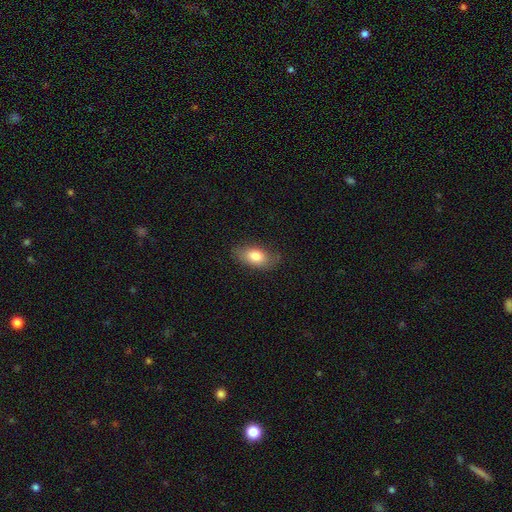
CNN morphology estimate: smooth-or-featured: smooth: 78% | featured or disk: 15% | star or artifact: 7%
  how-rounded: in between: 90% | round: 6% | cigar-shaped: 5%
  merging: none: 78% | minor disturbance: 17% | major disturbance: 4% | merger: 1%